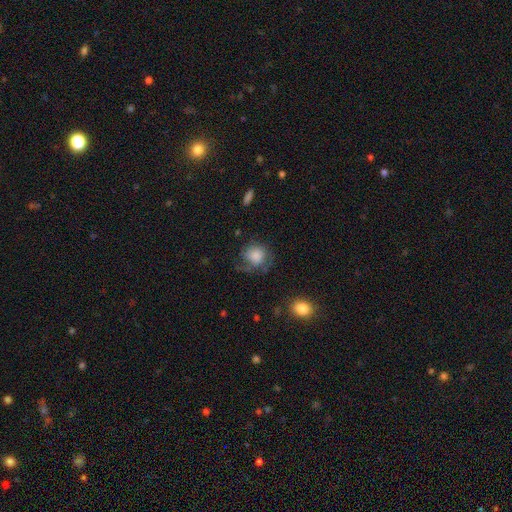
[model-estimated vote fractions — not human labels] Q: Smooth or featured?
A: smooth (65%); runner-up: featured or disk (26%)
Q: How rounded?
A: round (76%); runner-up: in between (23%)
Q: Merging?
A: none (45%); runner-up: major disturbance (28%)